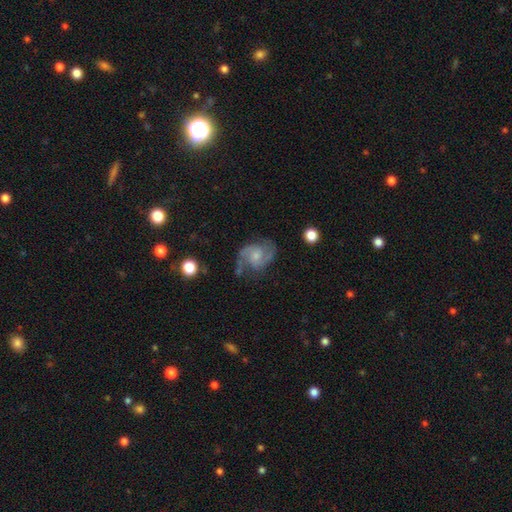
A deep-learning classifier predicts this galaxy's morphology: type=featured or disk (86%); edge-on=no (98%); bar=no (58%); spiral arms=yes (97%); winding=medium (56%); arm count=2 (89%); bulge=small (55%); merging=none (67%).